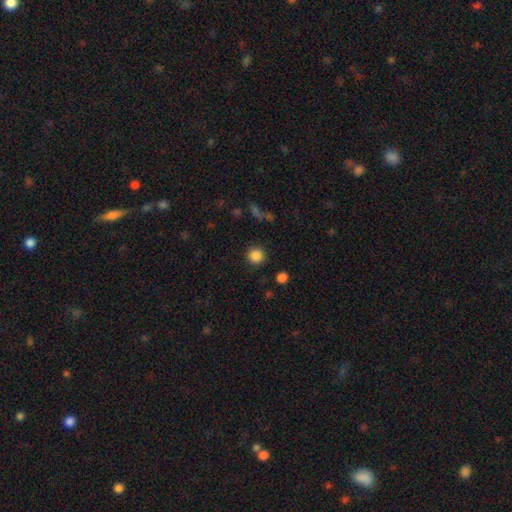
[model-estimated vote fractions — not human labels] smooth 86%, star or artifact 11%, featured or disk 3%. Down the decision tree: how rounded — round (95%); merging — none (90%).